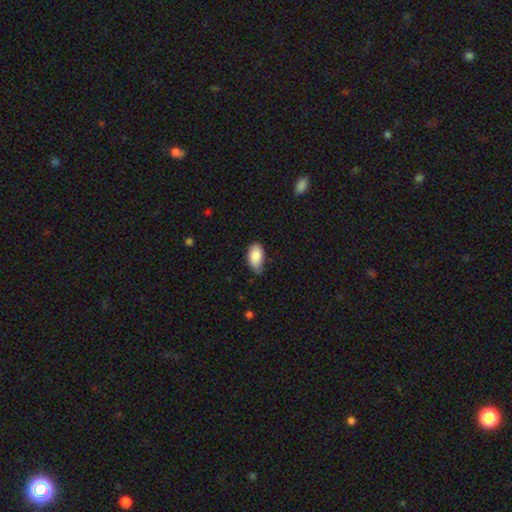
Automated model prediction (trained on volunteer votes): smooth-or-featured: smooth: 84% | featured or disk: 9% | star or artifact: 7%
  how-rounded: in between: 94% | round: 4% | cigar-shaped: 2%
  merging: none: 57% | minor disturbance: 36% | major disturbance: 5% | merger: 2%